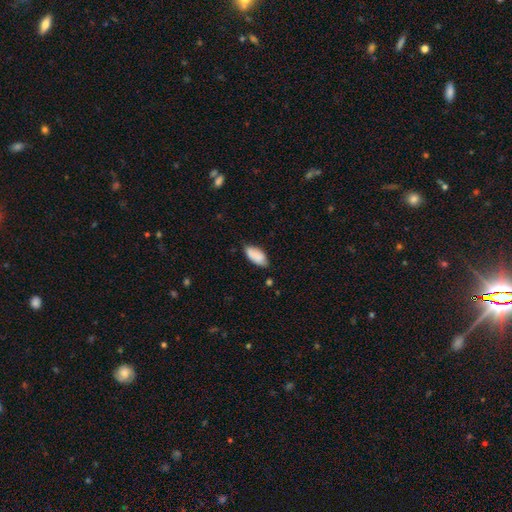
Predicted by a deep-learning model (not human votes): smooth 85%, featured or disk 8%, star or artifact 7%. Down the decision tree: how rounded — in between (92%); merging — none (69%).